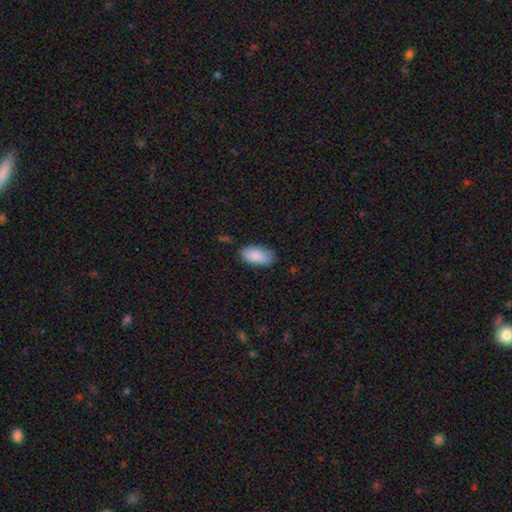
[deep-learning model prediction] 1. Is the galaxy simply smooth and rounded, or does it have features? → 88% smooth, 6% star or artifact, 6% featured or disk.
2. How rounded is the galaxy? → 93% in between, 4% cigar-shaped, 2% round.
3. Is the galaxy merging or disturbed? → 78% none, 17% minor disturbance, 3% major disturbance, 1% merger.